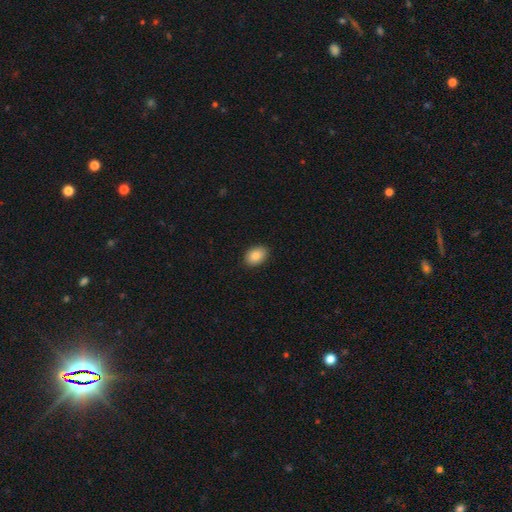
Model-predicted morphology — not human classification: A smooth galaxy with no disk features (87%) that is in between round and cigar-shaped (82%).

Vote fractions:
- Smooth or featured? smooth: 87% / star or artifact: 7% / featured or disk: 5%
- How rounded? in between: 82% / round: 17% / cigar-shaped: 1%
- Merging? none: 89% / minor disturbance: 9% / major disturbance: 2% / merger: 1%